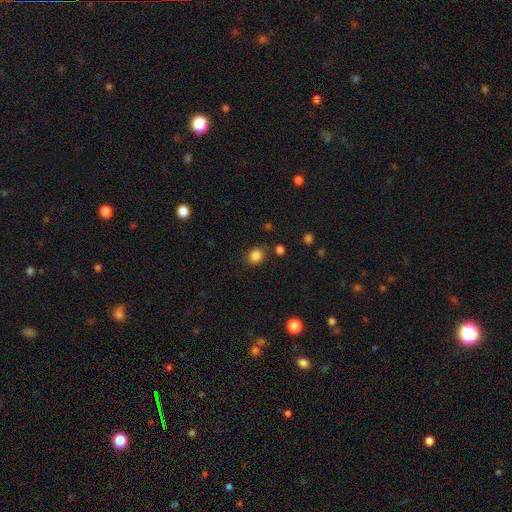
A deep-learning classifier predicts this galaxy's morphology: A smooth galaxy with no disk features (84%) that is round (69%). Merging: none (81%).